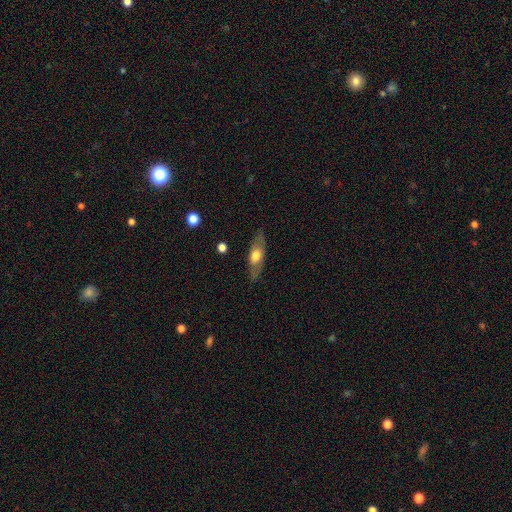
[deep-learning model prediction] Q: Smooth or featured?
A: smooth (51%); runner-up: featured or disk (43%)
Q: How rounded?
A: in between (63%); runner-up: cigar-shaped (33%)
Q: Merging?
A: none (82%); runner-up: minor disturbance (13%)